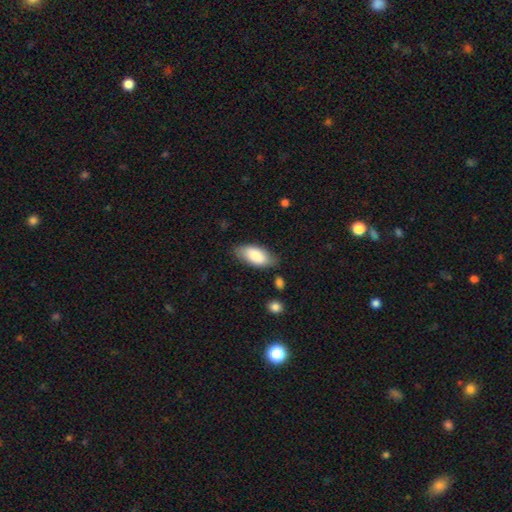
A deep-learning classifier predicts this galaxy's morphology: This is clearly a smooth galaxy (84%). How rounded: clearly in between (91%). Merging: likely none (77%).